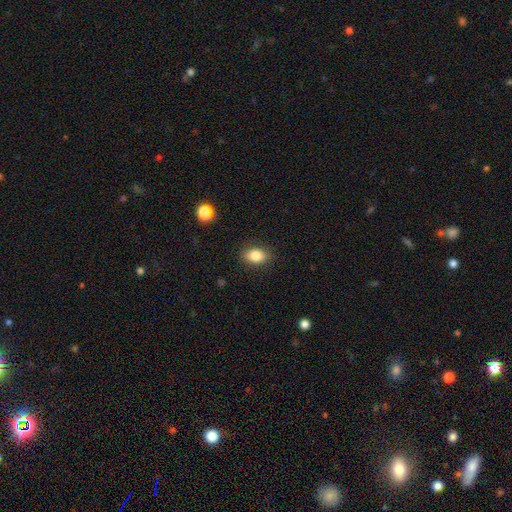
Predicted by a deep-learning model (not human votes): This is clearly a smooth galaxy (84%). How rounded: clearly in between (84%). Merging: clearly none (86%).